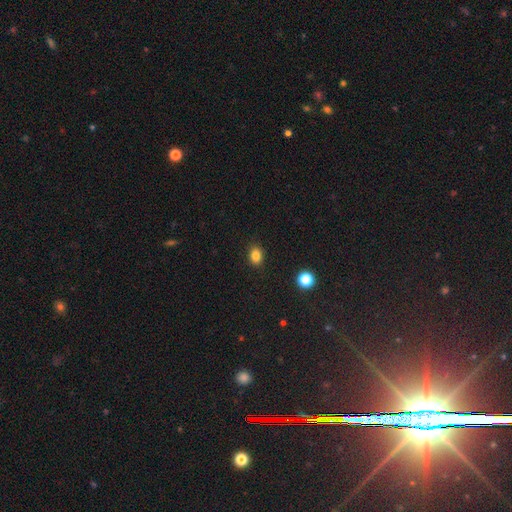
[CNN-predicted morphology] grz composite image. It shows a smooth galaxy with no disk features (83%) that is in between round and cigar-shaped (59%). Merging: none (89%).